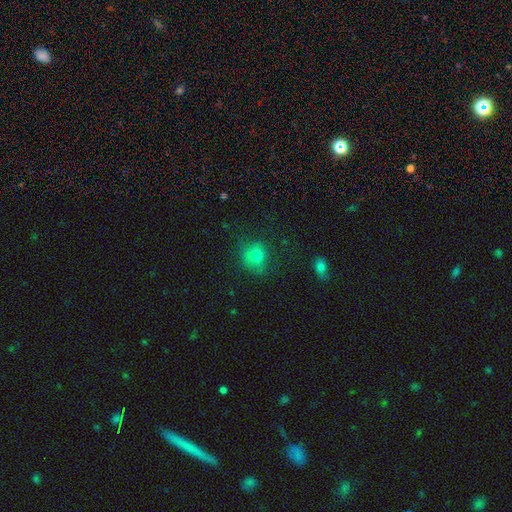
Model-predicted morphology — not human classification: Smooth or featured?
  - smooth: 75% *
  - star or artifact: 15%
  - featured or disk: 10%
How rounded?
  - round: 67% *
  - in between: 32%
  - cigar-shaped: 1%
Merging?
  - none: 63% *
  - minor disturbance: 22%
  - major disturbance: 12%
  - merger: 3%